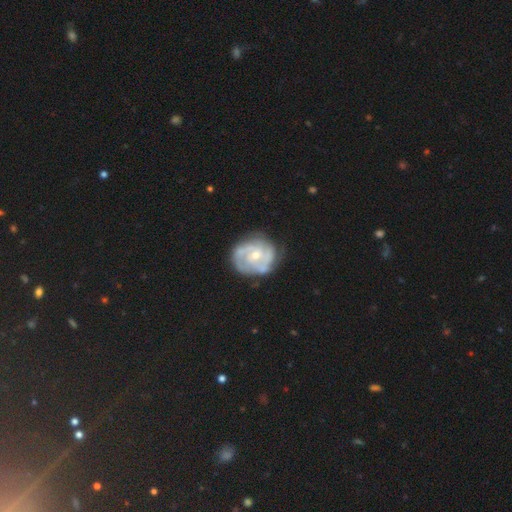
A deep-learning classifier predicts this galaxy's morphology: Overall: featured or disk (79%). Edge-on disk: no (98%). Bar: no (68%). Spiral arms: yes (86%). Spiral arm count: 2 (33%; can't tell 32%). Spiral winding: tight (57%; medium 33%). Bulge size: small (50%; moderate 46%). Merging: none (66%).